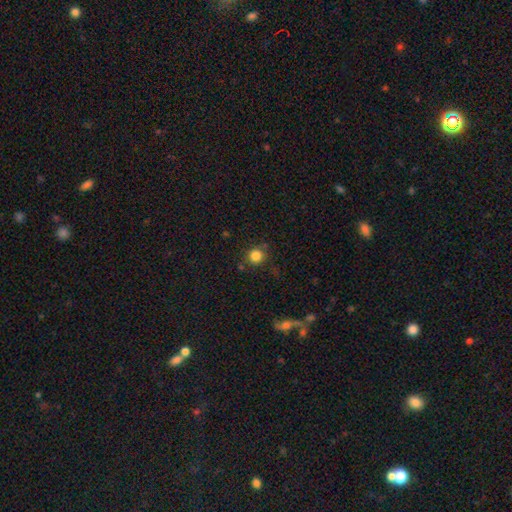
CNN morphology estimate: smooth_or_featured: smooth (p=0.83) [alt: star or artifact p=0.12]
how_rounded: round (p=0.90) [alt: in between p=0.09]
merging: none (p=0.77) [alt: minor disturbance p=0.14]